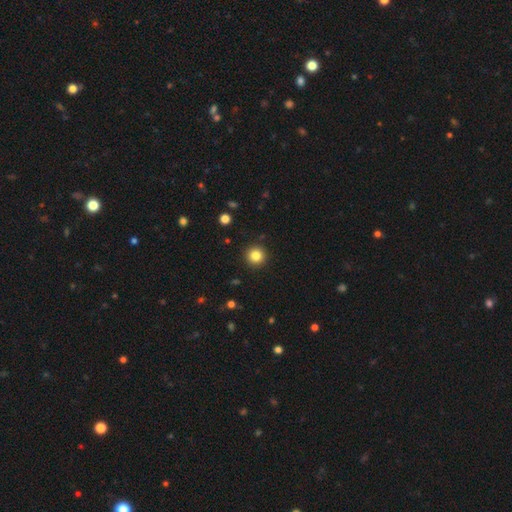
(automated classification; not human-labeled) Smooth or featured? smooth (84%)
How rounded? round (96%)
Merging? none (92%)